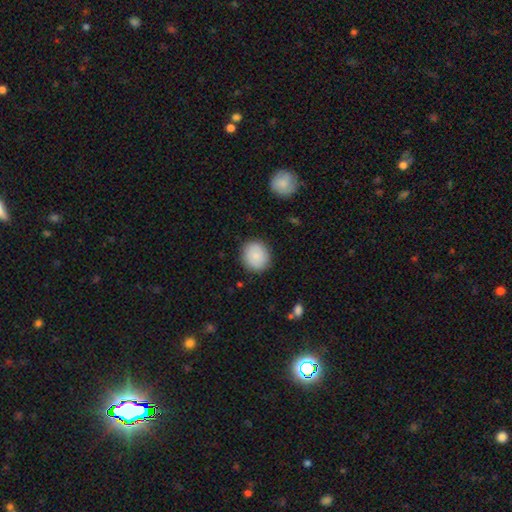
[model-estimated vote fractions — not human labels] Smooth or featured?
  - smooth: 84% *
  - featured or disk: 9%
  - star or artifact: 7%
How rounded?
  - round: 82% *
  - in between: 17%
  - cigar-shaped: 1%
Merging?
  - none: 88% *
  - minor disturbance: 8%
  - major disturbance: 2%
  - merger: 1%